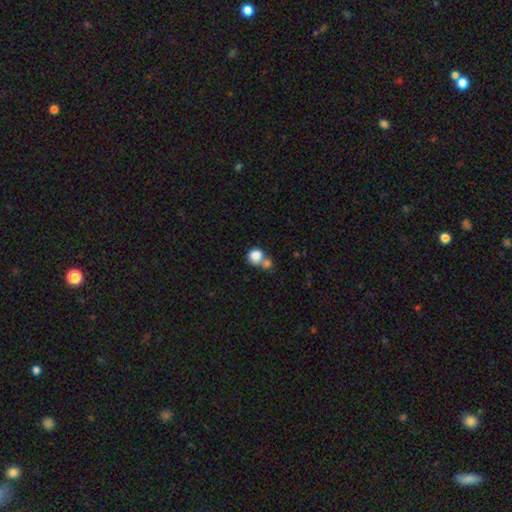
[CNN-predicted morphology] smooth 82%, star or artifact 9%, featured or disk 8%. Down the decision tree: how rounded — round (76%); merging — merger (48%).